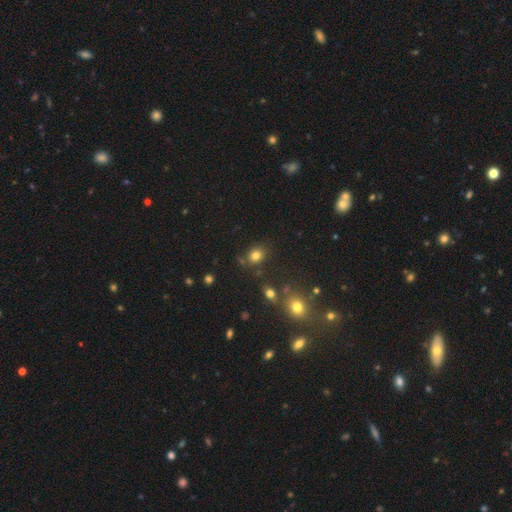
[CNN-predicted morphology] Smooth or featured? smooth (78%)
How rounded? round (58%)
Merging? none (76%)